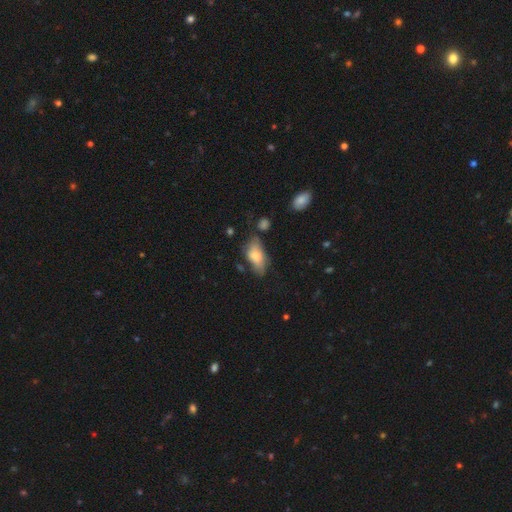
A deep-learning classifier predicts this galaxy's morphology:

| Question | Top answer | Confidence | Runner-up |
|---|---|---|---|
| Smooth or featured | smooth | 72% | featured or disk (21%) |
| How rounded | in between | 88% | cigar-shaped (9%) |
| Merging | none | 55% | minor disturbance (30%) |